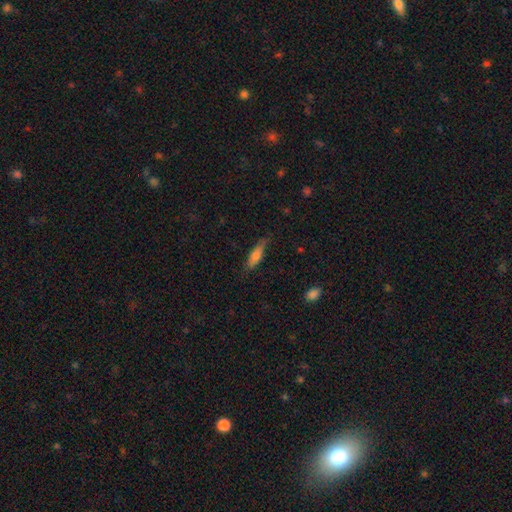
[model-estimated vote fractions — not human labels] Q: Smooth or featured?
A: smooth (61%); runner-up: featured or disk (32%)
Q: How rounded?
A: cigar-shaped (68%); runner-up: in between (30%)
Q: Merging?
A: none (76%); runner-up: minor disturbance (19%)